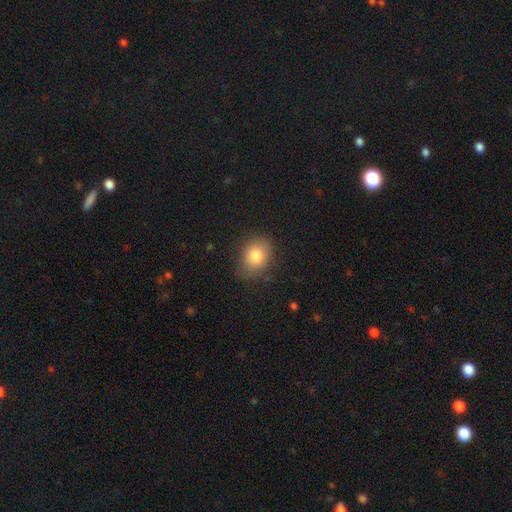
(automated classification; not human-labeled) A smooth galaxy with no disk features (82%) that is in between round and cigar-shaped (51%).

Vote fractions:
- Smooth or featured? smooth: 82% / star or artifact: 9% / featured or disk: 9%
- How rounded? in between: 51% / round: 48% / cigar-shaped: 1%
- Merging? none: 78% / minor disturbance: 17% / major disturbance: 4% / merger: 1%